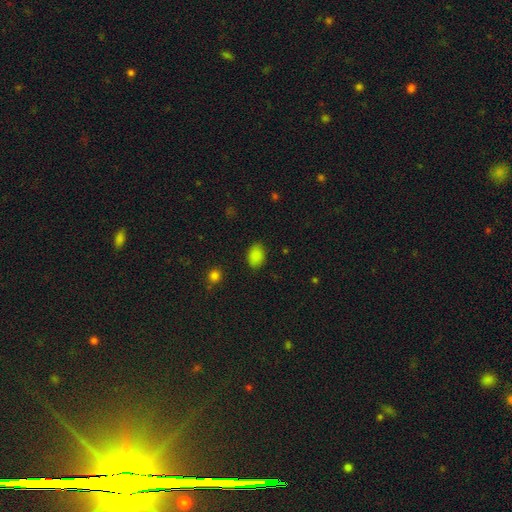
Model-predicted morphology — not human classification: type=smooth (86%); roundness=in between (77%); merging=none (85%).